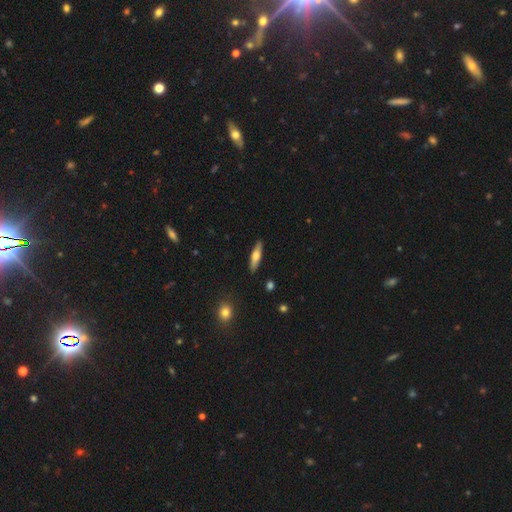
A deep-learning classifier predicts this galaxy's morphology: Smooth or featured? Predicted: smooth (p=0.57). How rounded? Predicted: cigar-shaped (p=0.71). Merging? Predicted: none (p=0.88).